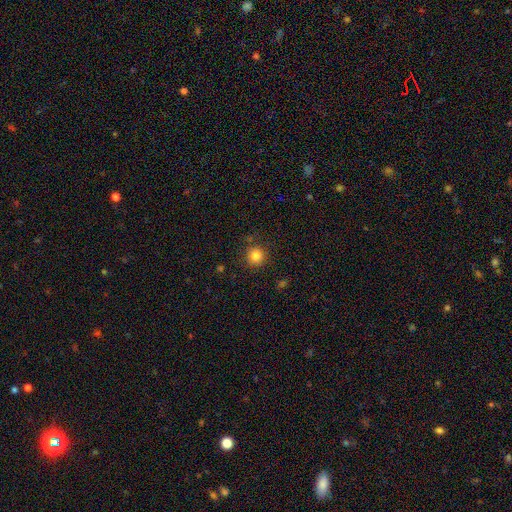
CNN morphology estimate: smooth_or_featured: smooth (p=0.83) [alt: star or artifact p=0.12]
how_rounded: round (p=0.94) [alt: in between p=0.05]
merging: none (p=0.86) [alt: minor disturbance p=0.09]